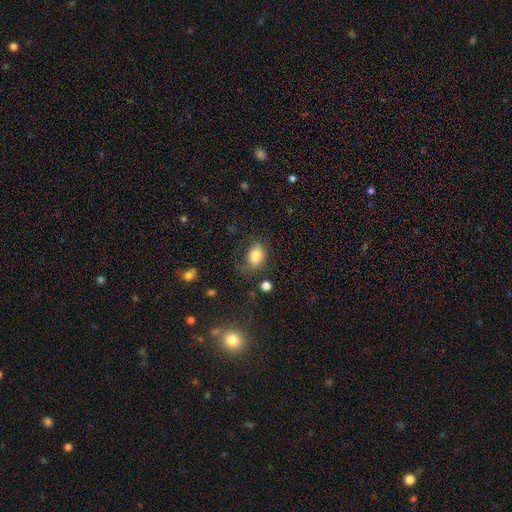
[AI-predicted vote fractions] Smooth or featured? smooth (82%)
How rounded? in between (70%)
Merging? none (60%)